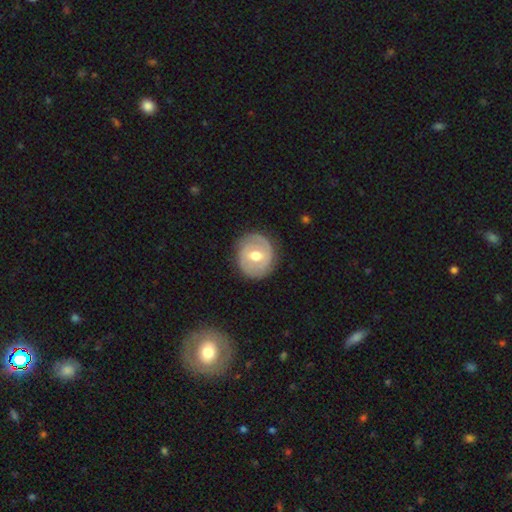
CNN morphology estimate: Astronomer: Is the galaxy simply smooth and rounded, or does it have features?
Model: featured or disk — 70%.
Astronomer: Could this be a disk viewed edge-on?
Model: no — 97%.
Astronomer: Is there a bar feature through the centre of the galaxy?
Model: weak — 49% (runner-up: no, 38%).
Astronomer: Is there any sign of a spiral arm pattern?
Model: yes — 79%.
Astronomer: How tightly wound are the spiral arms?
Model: tight — 62%.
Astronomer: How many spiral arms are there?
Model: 2 — 66%.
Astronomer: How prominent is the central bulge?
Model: moderate — 79%.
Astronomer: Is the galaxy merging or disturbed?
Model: none — 82%.